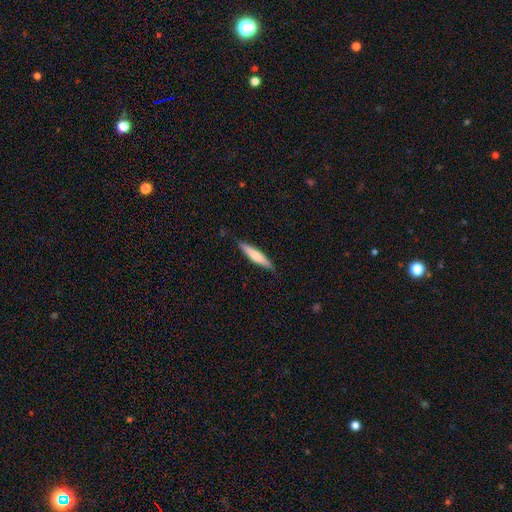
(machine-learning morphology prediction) The model was most divided on "smooth or featured": smooth: 67%, featured or disk: 28%, star or artifact: 5%. More confident: how rounded — cigar-shaped (88%); merging — none (87%).